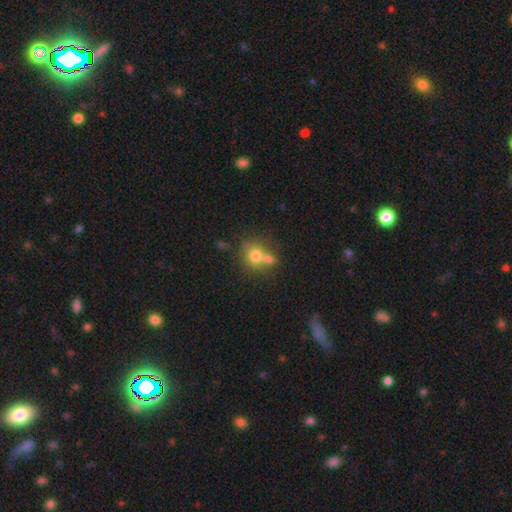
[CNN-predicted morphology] Smooth or featured?
  - smooth: 72% *
  - featured or disk: 16%
  - star or artifact: 12%
How rounded?
  - round: 77% *
  - in between: 22%
  - cigar-shaped: 1%
Merging?
  - merger: 45% *
  - none: 40%
  - minor disturbance: 10%
  - major disturbance: 5%